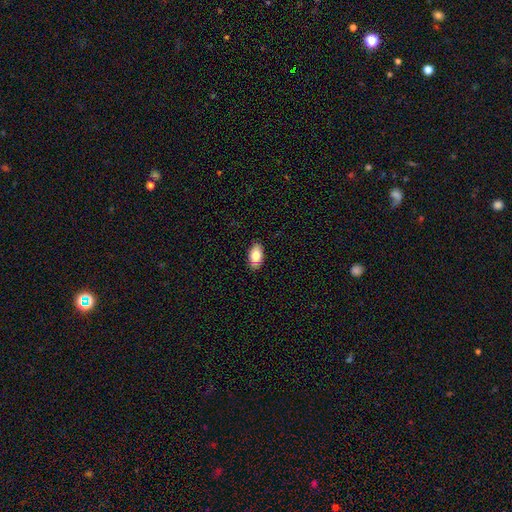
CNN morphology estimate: This is clearly a smooth galaxy (80%). How rounded: clearly in between (93%). Merging: clearly none (86%).